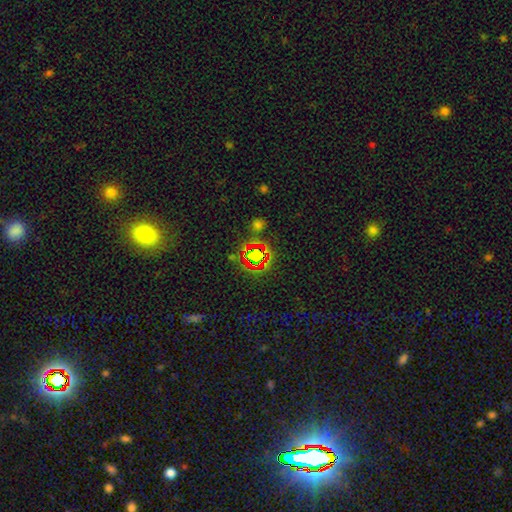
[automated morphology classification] A star or artifact, not a galaxy (66%).